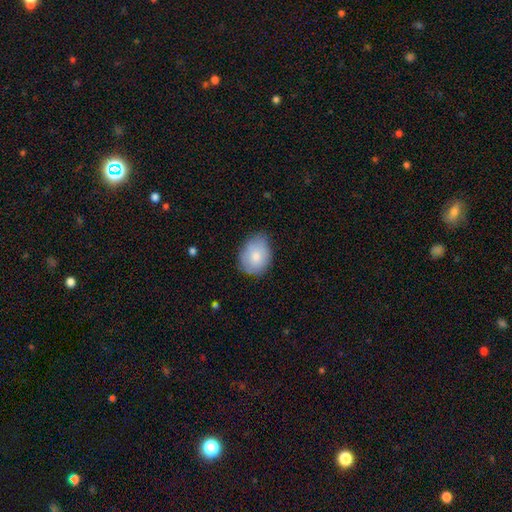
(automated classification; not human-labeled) Smooth or featured?
  - smooth: 80% *
  - featured or disk: 13%
  - star or artifact: 7%
How rounded?
  - in between: 56% *
  - round: 43%
  - cigar-shaped: 1%
Merging?
  - none: 66% *
  - minor disturbance: 28%
  - major disturbance: 5%
  - merger: 1%